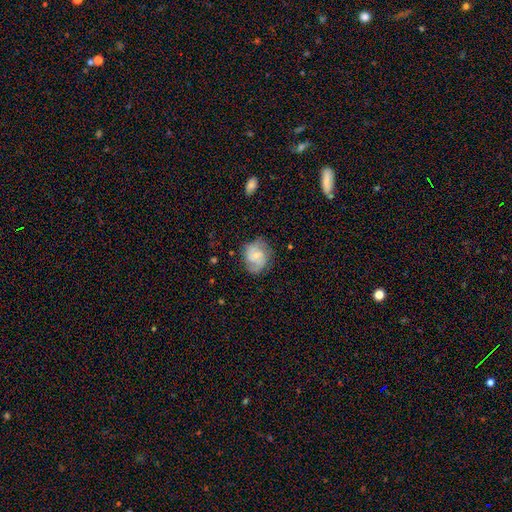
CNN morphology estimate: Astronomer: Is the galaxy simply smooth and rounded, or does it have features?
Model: featured or disk — 67%.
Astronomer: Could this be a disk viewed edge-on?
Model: no — 98%.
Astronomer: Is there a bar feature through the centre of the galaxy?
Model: no — 50% (runner-up: weak, 42%).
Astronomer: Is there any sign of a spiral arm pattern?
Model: yes — 92%.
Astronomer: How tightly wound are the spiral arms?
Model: medium — 47% (runner-up: tight, 34%).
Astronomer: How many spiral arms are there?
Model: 2 — 77%.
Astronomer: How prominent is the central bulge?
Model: small — 58%.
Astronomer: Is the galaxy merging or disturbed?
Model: none — 74%.